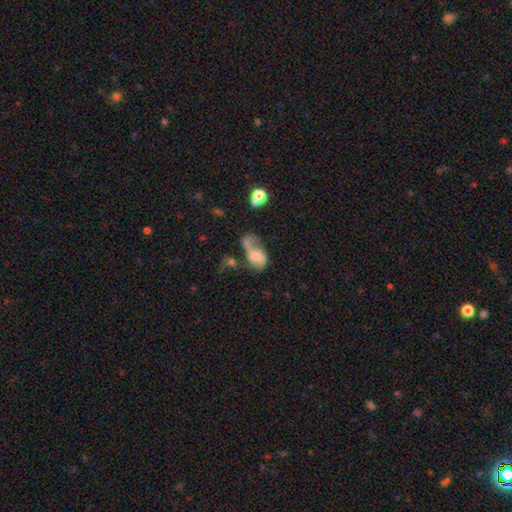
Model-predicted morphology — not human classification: type=featured or disk (47%); merging=major disturbance (30%).